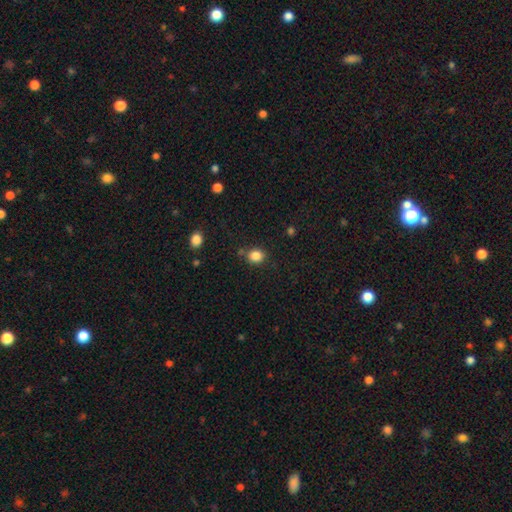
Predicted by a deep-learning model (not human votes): Smooth or featured: smooth — 85% (star or artifact — 11%)
How rounded: round — 67% (in between — 32%)
Merging: none — 78% (minor disturbance — 12%)